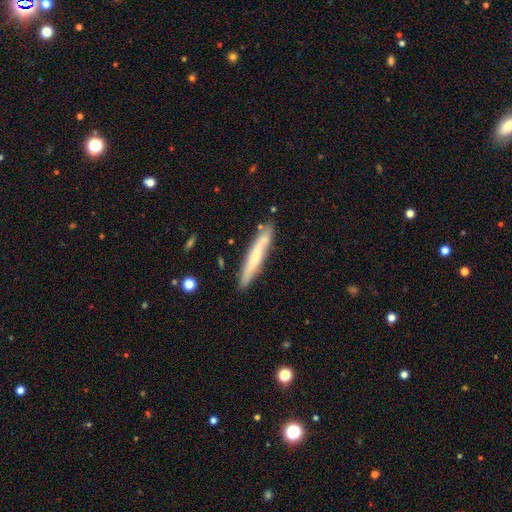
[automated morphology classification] smooth_or_featured: smooth (p=0.55) [alt: featured or disk p=0.39]
how_rounded: cigar-shaped (p=0.94) [alt: in between p=0.05]
merging: none (p=0.81) [alt: minor disturbance p=0.13]